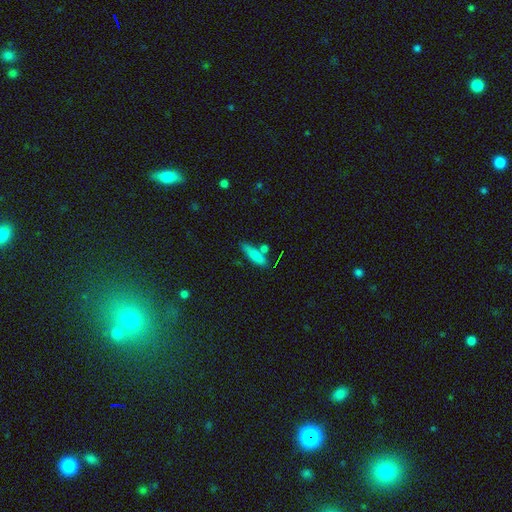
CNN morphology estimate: Smooth or featured: smooth — 77% (featured or disk — 16%)
How rounded: cigar-shaped — 68% (in between — 29%)
Merging: none — 69% (minor disturbance — 14%)